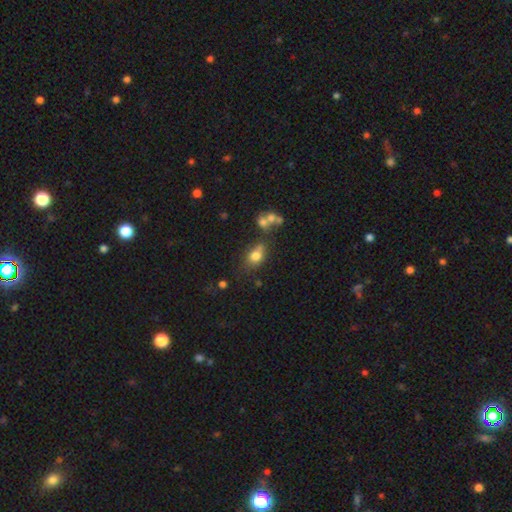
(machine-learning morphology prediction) Smooth or featured? smooth (74%)
How rounded? in between (56%)
Merging? none (51%)